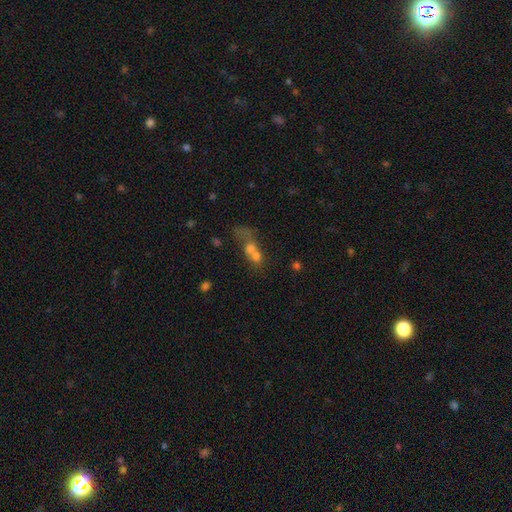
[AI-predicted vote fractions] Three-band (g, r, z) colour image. It shows a smooth galaxy with no disk features (61%) that is round (52%). Merging: merger (71%).